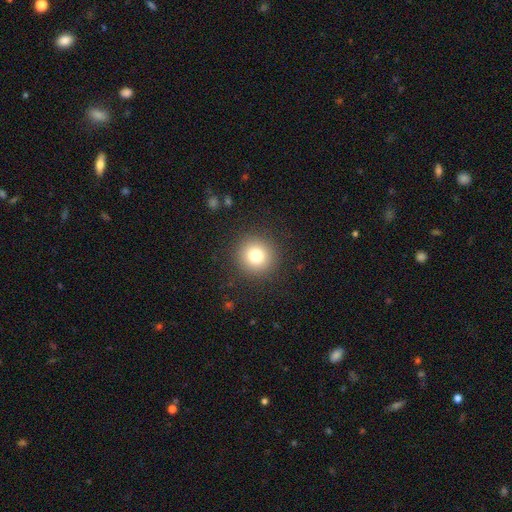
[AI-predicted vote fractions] Smooth or featured? smooth (78%)
How rounded? round (94%)
Merging? none (91%)